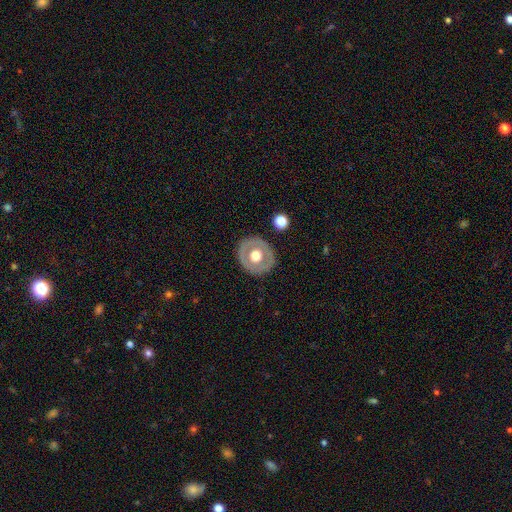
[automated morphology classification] type=featured or disk (51%); edge-on=no (93%); merging=none (86%).